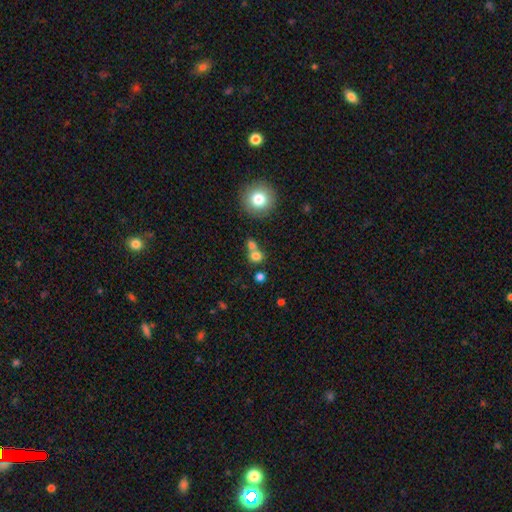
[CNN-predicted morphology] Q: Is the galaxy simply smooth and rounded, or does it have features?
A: smooth — 77%.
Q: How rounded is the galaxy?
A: round — 79%.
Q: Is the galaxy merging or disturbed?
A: none — 47%.